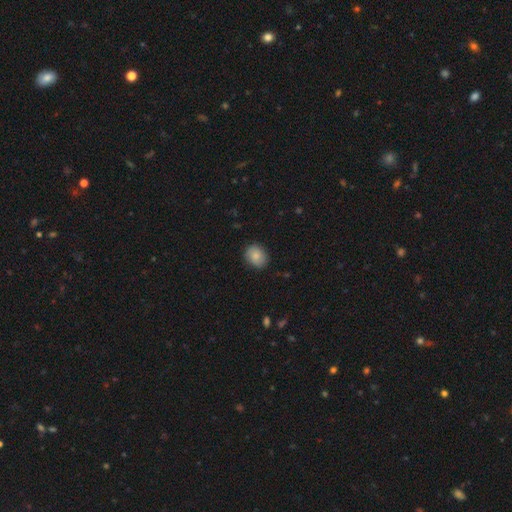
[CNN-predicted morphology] Smooth or featured? Predicted: smooth (p=0.85). How rounded? Predicted: round (p=0.56). Merging? Predicted: none (p=0.84).